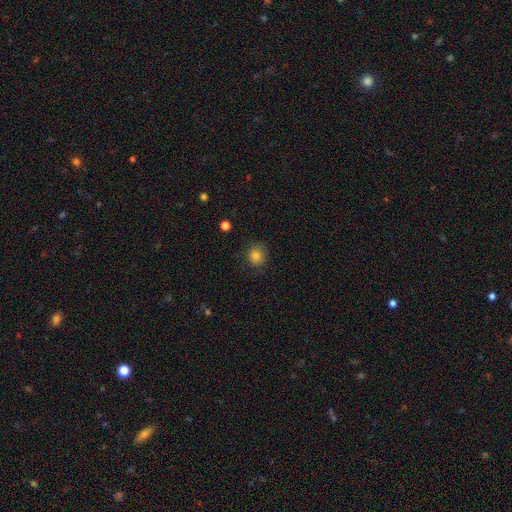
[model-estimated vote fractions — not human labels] A smooth galaxy with no disk features (82%) that is round (82%).

Vote fractions:
- Smooth or featured? smooth: 82% / star or artifact: 12% / featured or disk: 6%
- How rounded? round: 82% / in between: 17% / cigar-shaped: 1%
- Merging? none: 83% / minor disturbance: 12% / major disturbance: 4% / merger: 1%